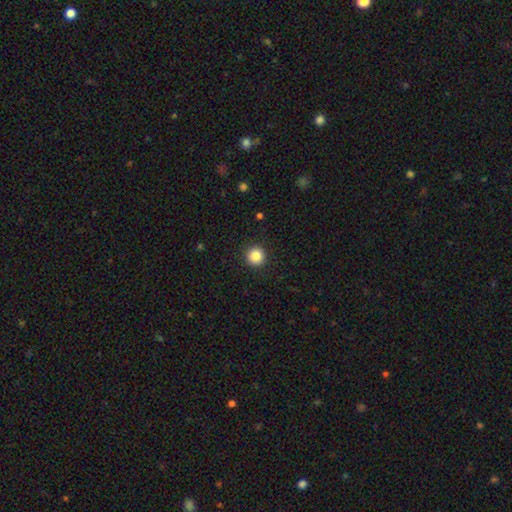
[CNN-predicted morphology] Smooth or featured? Predicted: smooth (p=0.85). How rounded? Predicted: round (p=0.95). Merging? Predicted: none (p=0.93).